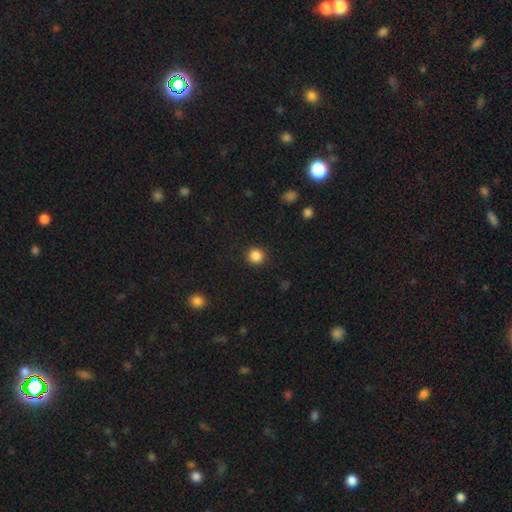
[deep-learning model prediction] smooth-or-featured: smooth: 86% | star or artifact: 11% | featured or disk: 3%
  how-rounded: round: 95% | in between: 4% | cigar-shaped: 1%
  merging: none: 92% | minor disturbance: 5% | major disturbance: 2% | merger: 1%